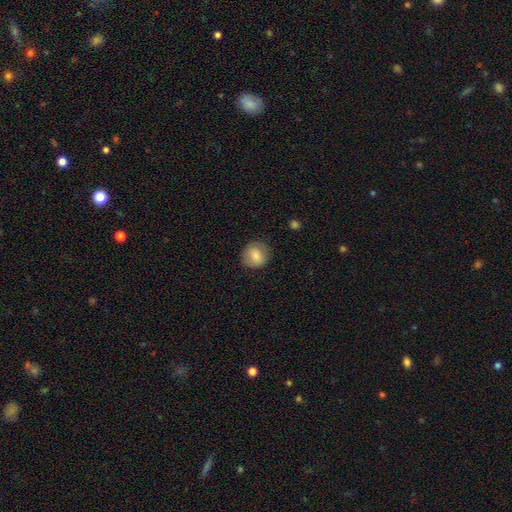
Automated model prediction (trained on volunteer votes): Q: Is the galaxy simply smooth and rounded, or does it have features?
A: smooth — 79%.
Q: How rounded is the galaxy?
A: round — 82%.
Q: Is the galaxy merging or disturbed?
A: none — 80%.